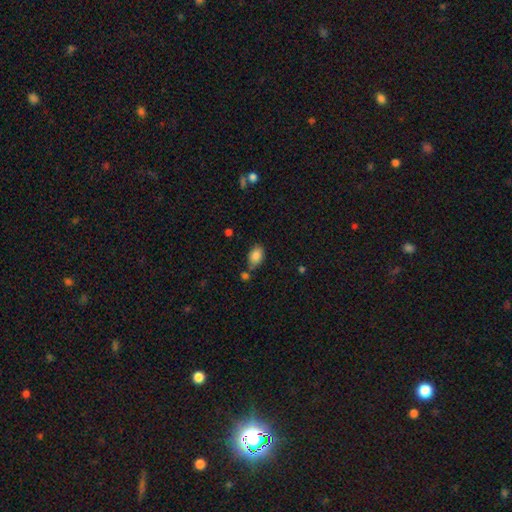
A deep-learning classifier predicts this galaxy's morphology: A smooth galaxy with no disk features (86%) that is in between round and cigar-shaped (83%).

Vote fractions:
- Smooth or featured? smooth: 86% / star or artifact: 8% / featured or disk: 6%
- How rounded? in between: 83% / round: 15% / cigar-shaped: 1%
- Merging? none: 67% / minor disturbance: 16% / merger: 13% / major disturbance: 4%